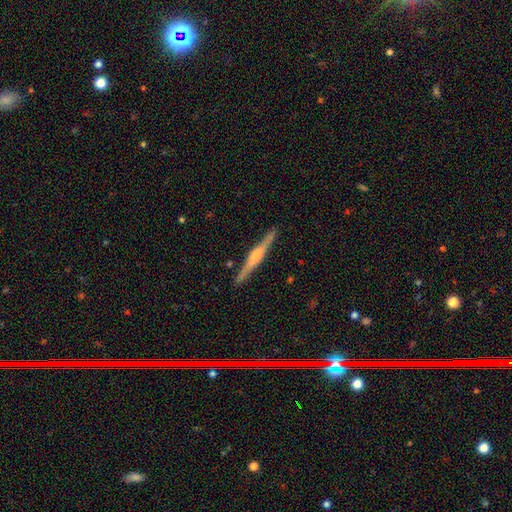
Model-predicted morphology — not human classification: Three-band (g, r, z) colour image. It shows a featured or disk galaxy (69%) viewed edge-on (98%) with a rounded central bulge (56%). Merging: none (90%).